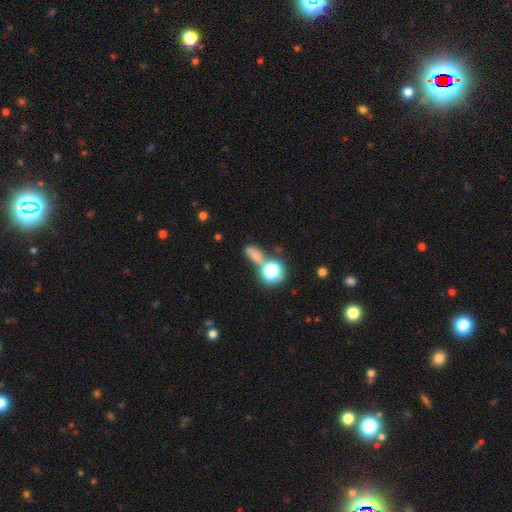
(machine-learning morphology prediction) Smooth or featured? smooth (59%)
How rounded? in between (56%)
Merging? none (42%)